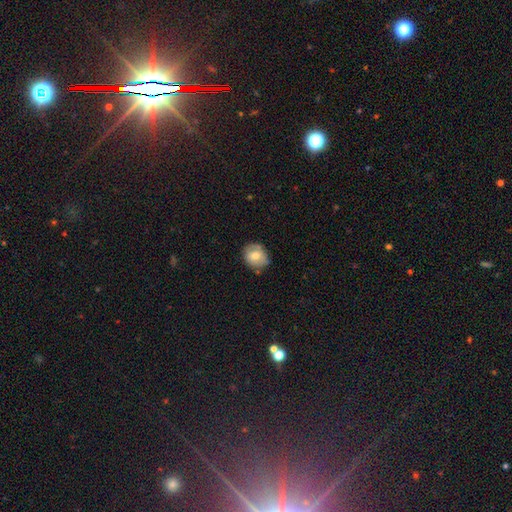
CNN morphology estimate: A smooth galaxy with no disk features (66%) that is round (65%). Merging: none (71%).